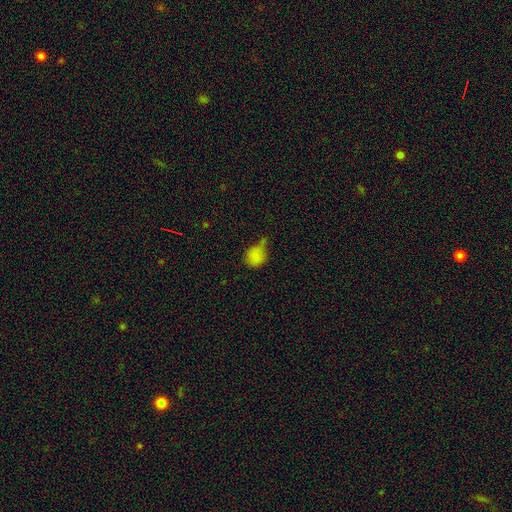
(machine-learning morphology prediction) type=smooth (81%); roundness=round (70%); merging=none (38%).